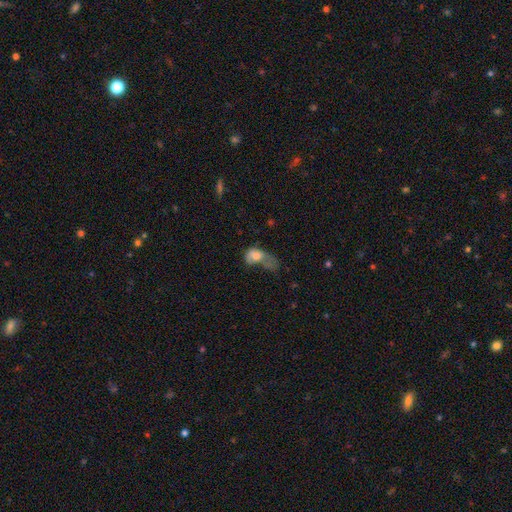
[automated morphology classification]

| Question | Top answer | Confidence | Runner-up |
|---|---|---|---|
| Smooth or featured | smooth | 66% | featured or disk (25%) |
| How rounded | in between | 77% | round (20%) |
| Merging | major disturbance | 60% | merger (15%) |